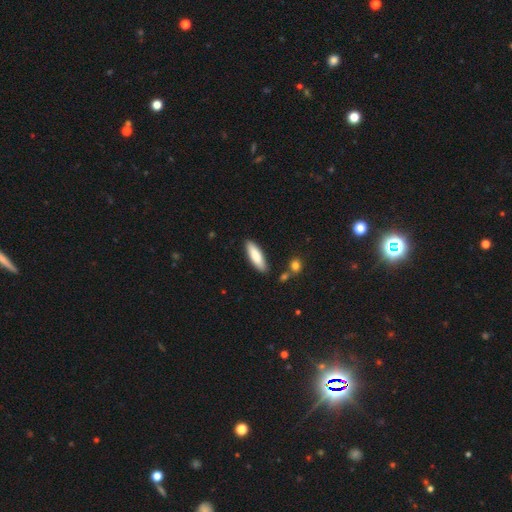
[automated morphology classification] The model was most divided on "how rounded": cigar-shaped: 56%, in between: 42%, round: 2%. More confident: merging — none (86%); smooth or featured — smooth (79%).